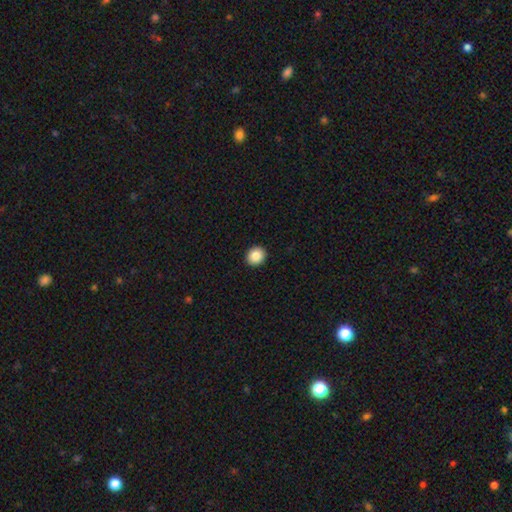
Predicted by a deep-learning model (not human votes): smooth 86%, star or artifact 9%, featured or disk 5%. Down the decision tree: how rounded — round (77%); merging — none (93%).